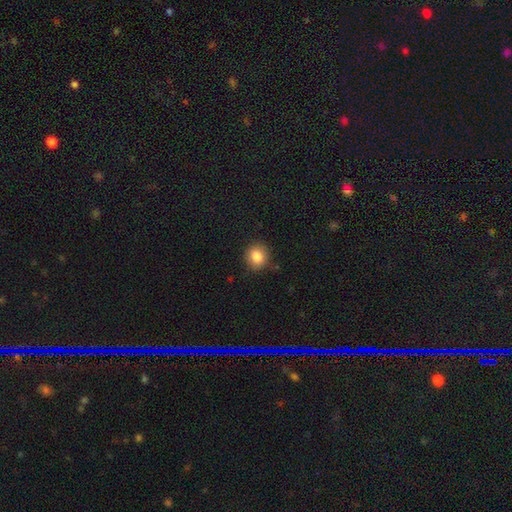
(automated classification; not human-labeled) A smooth galaxy with no disk features (84%) that is round (77%).

Vote fractions:
- Smooth or featured? smooth: 84% / star or artifact: 10% / featured or disk: 6%
- How rounded? round: 77% / in between: 22% / cigar-shaped: 1%
- Merging? none: 87% / minor disturbance: 10% / major disturbance: 3% / merger: 1%